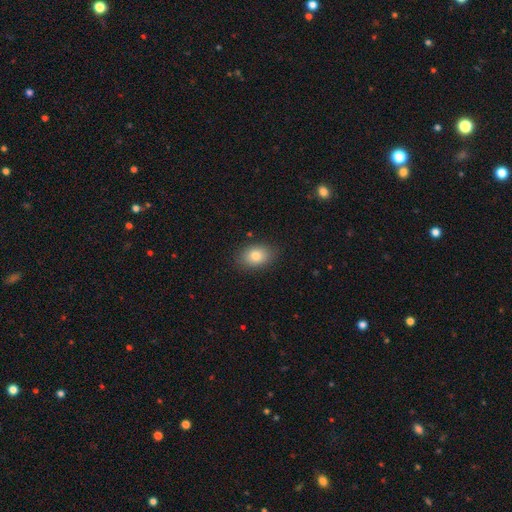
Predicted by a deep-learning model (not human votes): Smooth or featured?
  - smooth: 82% *
  - featured or disk: 9%
  - star or artifact: 8%
How rounded?
  - in between: 80% *
  - round: 19%
  - cigar-shaped: 1%
Merging?
  - none: 86% *
  - minor disturbance: 10%
  - major disturbance: 3%
  - merger: 1%